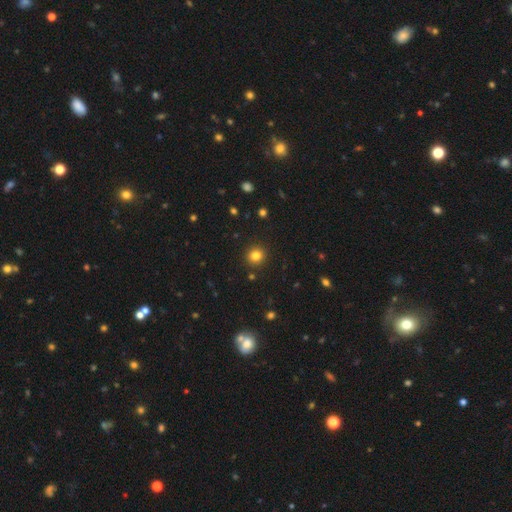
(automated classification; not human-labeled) A smooth galaxy with no disk features (82%) that is round (90%).

Vote fractions:
- Smooth or featured? smooth: 82% / star or artifact: 13% / featured or disk: 5%
- How rounded? round: 90% / in between: 9% / cigar-shaped: 1%
- Merging? none: 91% / minor disturbance: 5% / major disturbance: 2% / merger: 2%